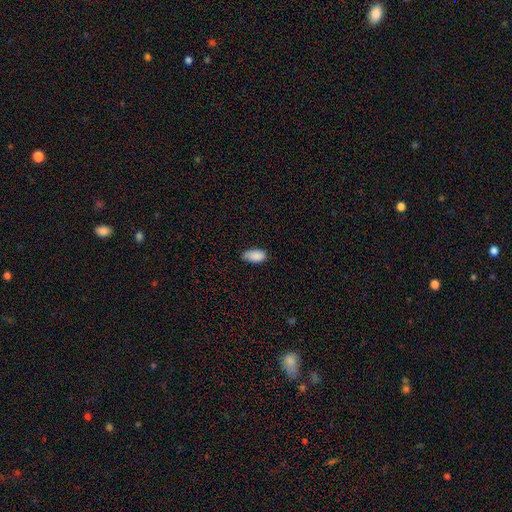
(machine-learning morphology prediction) smooth-or-featured: smooth: 89% | star or artifact: 7% | featured or disk: 4%
  how-rounded: in between: 94% | cigar-shaped: 3% | round: 3%
  merging: none: 69% | minor disturbance: 26% | major disturbance: 3% | merger: 1%